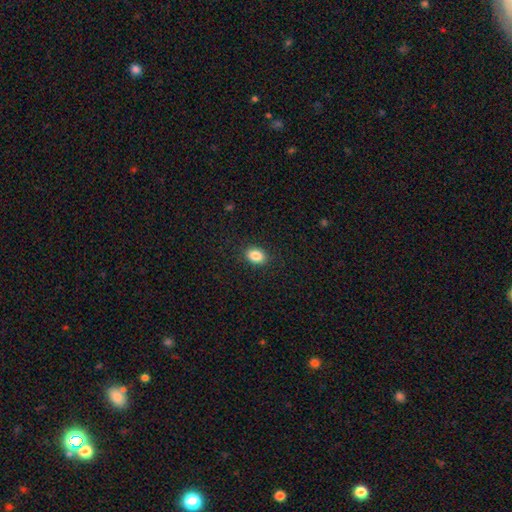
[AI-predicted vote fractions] This is clearly a smooth galaxy (86%). How rounded: likely in between (77%). Merging: clearly none (88%).